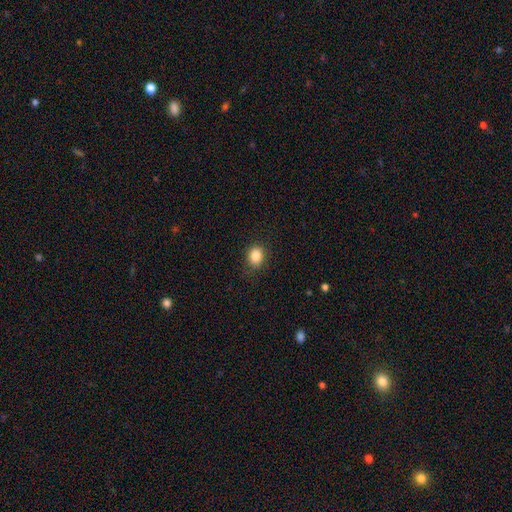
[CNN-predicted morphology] The model was most divided on "how rounded": round: 58%, in between: 41%, cigar-shaped: 1%. More confident: smooth or featured — smooth (86%); merging — none (83%).